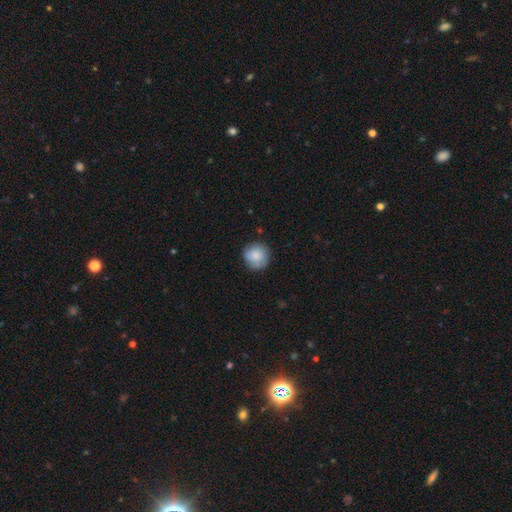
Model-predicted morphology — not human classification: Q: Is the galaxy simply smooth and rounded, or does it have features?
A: smooth — 84%.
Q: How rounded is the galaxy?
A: round — 93%.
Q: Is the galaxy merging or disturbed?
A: none — 84%.